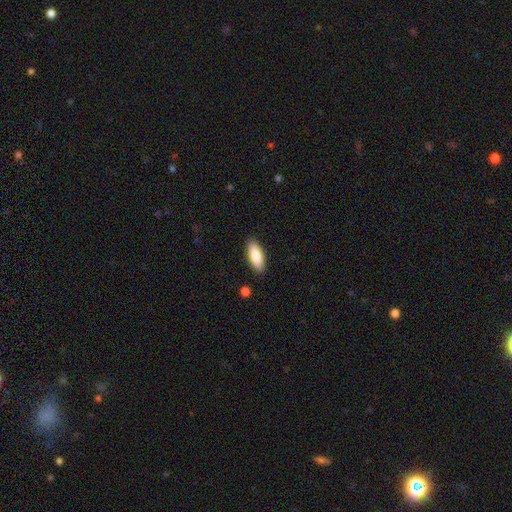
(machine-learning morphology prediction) The model was most divided on "how rounded": in between: 80%, cigar-shaped: 18%, round: 2%. More confident: merging — none (89%); smooth or featured — smooth (86%).